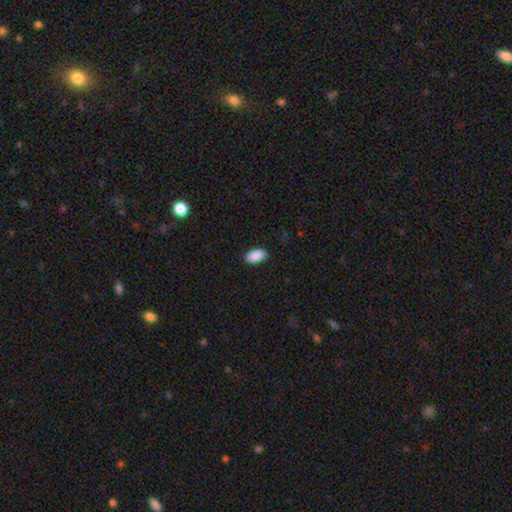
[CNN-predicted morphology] Smooth or featured? Predicted: smooth (p=0.90). How rounded? Predicted: in between (p=0.94). Merging? Predicted: none (p=0.87).